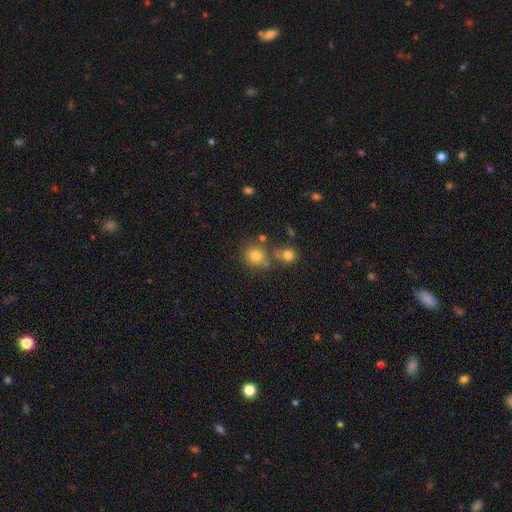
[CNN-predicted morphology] Smooth or featured: smooth — 77% (star or artifact — 14%)
How rounded: round — 88% (in between — 11%)
Merging: none — 66% (merger — 18%)